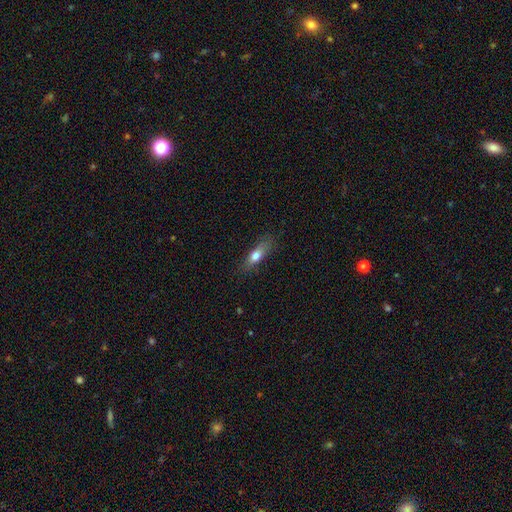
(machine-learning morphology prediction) This appears to be a smooth galaxy with no disk features (69%) that is in between round and cigar-shaped (49%). Merging: none (75%).